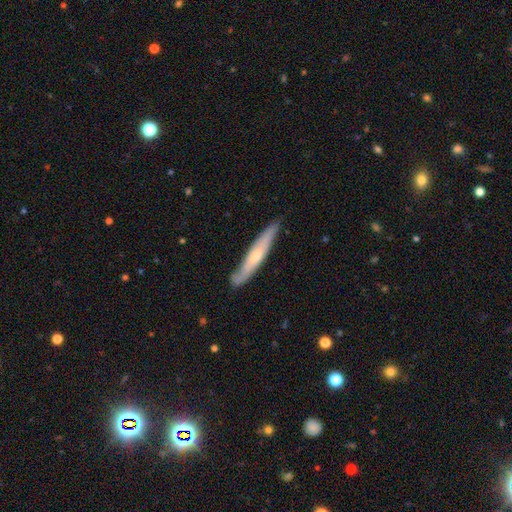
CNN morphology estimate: The model was most divided on "smooth or featured": featured or disk: 49%, smooth: 45%, star or artifact: 5%. More confident: merging — none (80%).